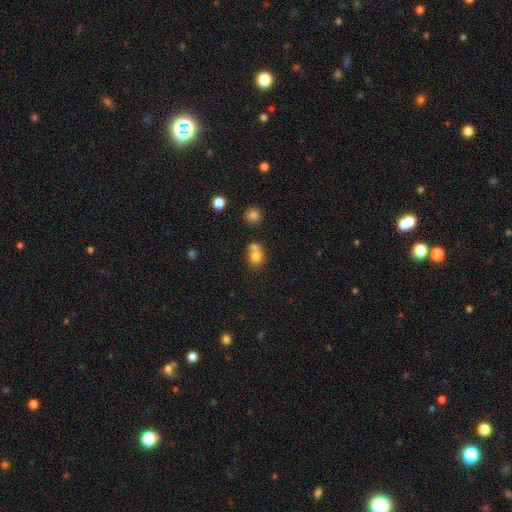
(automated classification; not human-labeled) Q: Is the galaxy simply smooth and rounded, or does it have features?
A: smooth — 76%.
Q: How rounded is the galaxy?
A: round — 72%.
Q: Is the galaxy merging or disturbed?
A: merger — 47%.